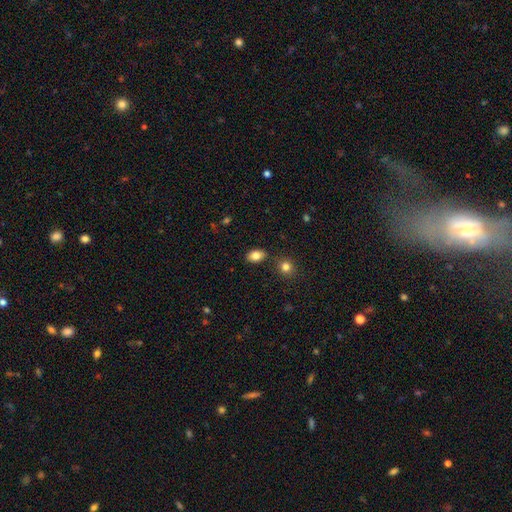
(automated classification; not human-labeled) This is clearly a smooth galaxy (83%). How rounded: clearly in between (85%). Merging: clearly none (84%).